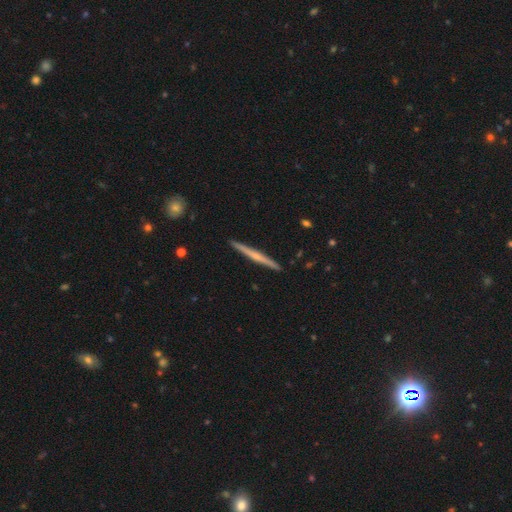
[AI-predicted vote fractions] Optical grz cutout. It shows a featured or disk galaxy (61%) viewed edge-on (98%) with no central bulge (52%). Merging: none (92%).